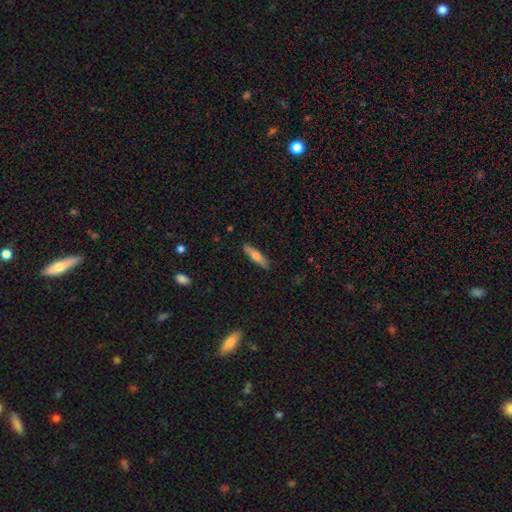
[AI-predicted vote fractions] A smooth galaxy with no disk features (59%) that is cigar-shaped (73%). Merging: none (89%).